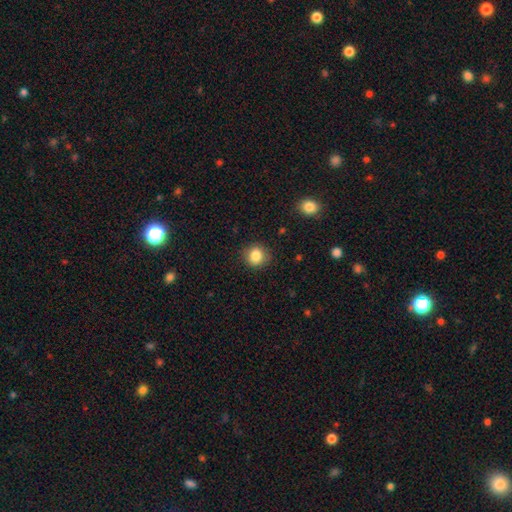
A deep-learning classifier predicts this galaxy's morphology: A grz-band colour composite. It shows a smooth galaxy with no disk features (85%) that is round (83%). Merging: none (86%).